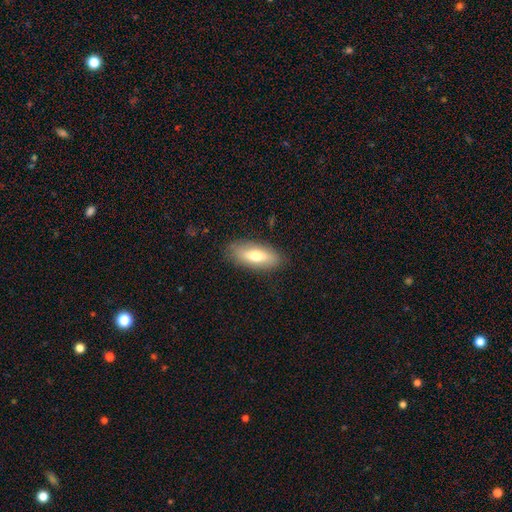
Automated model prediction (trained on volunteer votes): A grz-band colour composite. It shows a smooth galaxy with no disk features (65%) that is in between round and cigar-shaped (78%). Merging: none (85%).